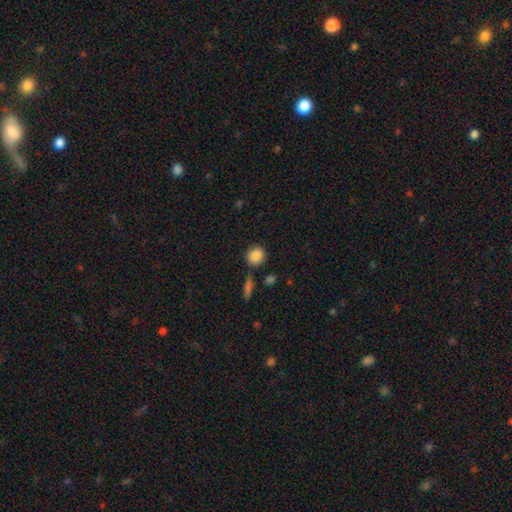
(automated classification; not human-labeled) smooth 87%, star or artifact 8%, featured or disk 5%. Down the decision tree: how rounded — round (75%); merging — none (81%).